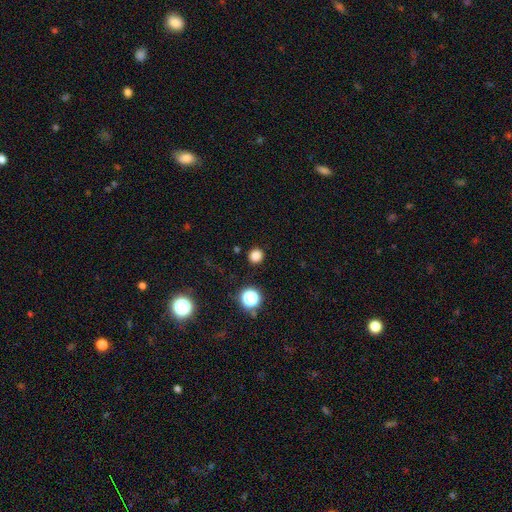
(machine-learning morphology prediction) A smooth galaxy with no disk features (81%) that is round (93%).

Vote fractions:
- Smooth or featured? smooth: 81% / star or artifact: 15% / featured or disk: 3%
- How rounded? round: 93% / in between: 6% / cigar-shaped: 1%
- Merging? none: 91% / minor disturbance: 5% / major disturbance: 2% / merger: 1%